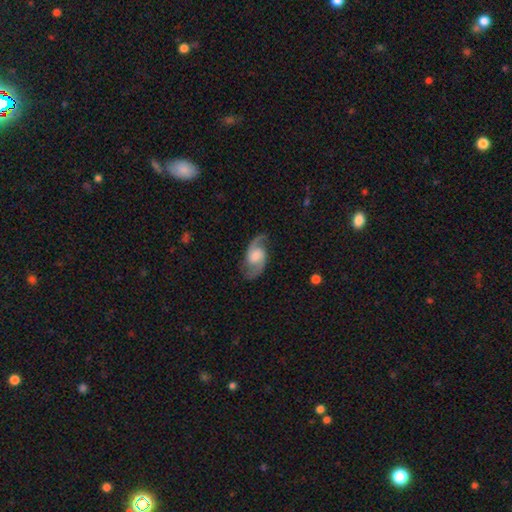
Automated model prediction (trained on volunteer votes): A featured or disk galaxy (86%) with no bar (49%), 2 (94%) medium (51%) spiral arms (97%) and a moderate central bulge (36%). Merging: none (82%).